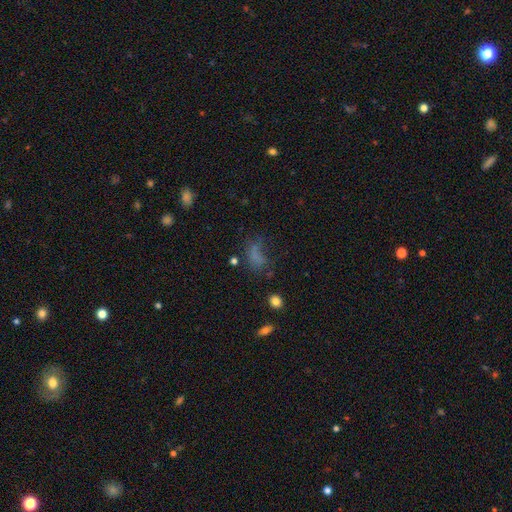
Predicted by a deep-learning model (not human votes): Overall: smooth (58%; star or artifact 23%). How rounded: in between (77%). Merging: none (37%; major disturbance 34%).